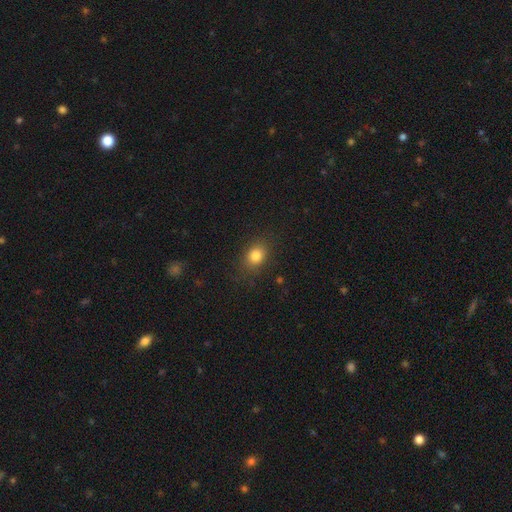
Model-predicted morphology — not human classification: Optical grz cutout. It shows a smooth galaxy with no disk features (83%) that is in between round and cigar-shaped (54%). Merging: none (81%).